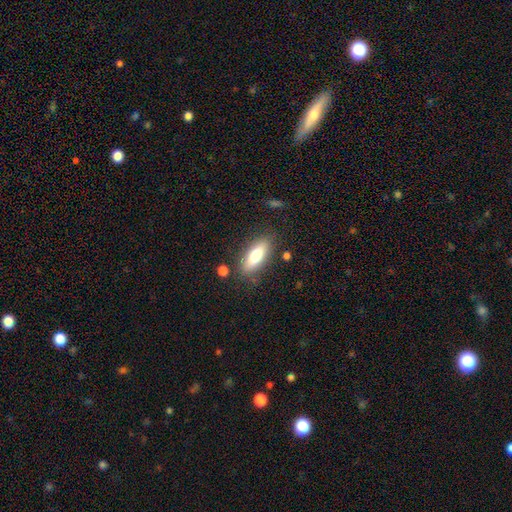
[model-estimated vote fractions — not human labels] Overall: smooth (75%). How rounded: in between (67%; cigar-shaped 31%). Merging: none (81%).